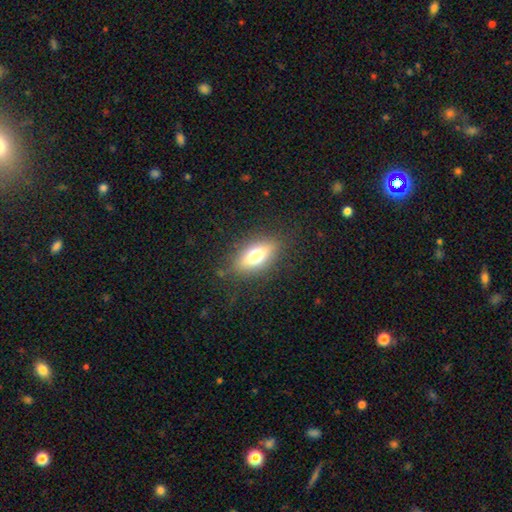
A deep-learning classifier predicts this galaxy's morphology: A smooth galaxy with no disk features (65%) that is in between round and cigar-shaped (79%).

Vote fractions:
- Smooth or featured? smooth: 65% / featured or disk: 25% / star or artifact: 10%
- How rounded? in between: 79% / cigar-shaped: 13% / round: 8%
- Merging? none: 82% / minor disturbance: 12% / major disturbance: 5% / merger: 1%